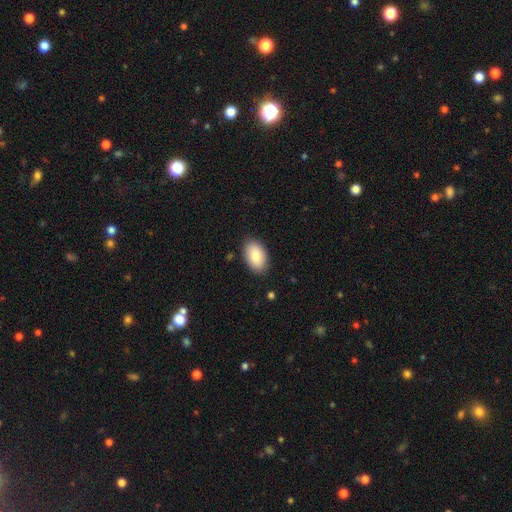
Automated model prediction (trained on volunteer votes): smooth-or-featured: smooth: 84% | featured or disk: 10% | star or artifact: 6%
  how-rounded: in between: 92% | round: 7% | cigar-shaped: 1%
  merging: none: 86% | minor disturbance: 10% | major disturbance: 2% | merger: 1%